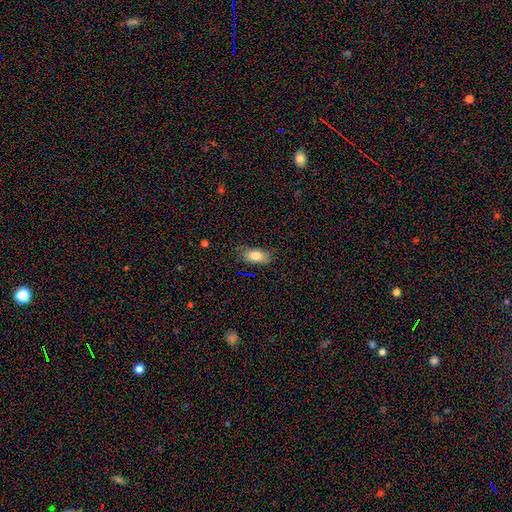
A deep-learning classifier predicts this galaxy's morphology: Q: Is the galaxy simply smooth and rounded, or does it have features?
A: smooth — 81%.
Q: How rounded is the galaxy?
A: in between — 88%.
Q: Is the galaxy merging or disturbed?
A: none — 78%.